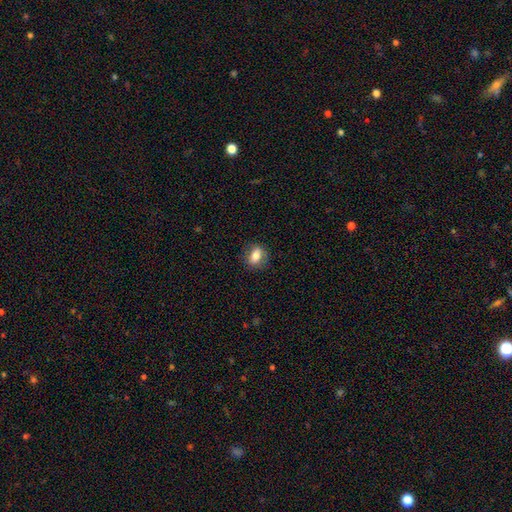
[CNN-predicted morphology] smooth-or-featured: smooth: 76% | featured or disk: 15% | star or artifact: 9%
  how-rounded: in between: 63% | round: 35% | cigar-shaped: 3%
  merging: none: 81% | minor disturbance: 14% | major disturbance: 4% | merger: 1%